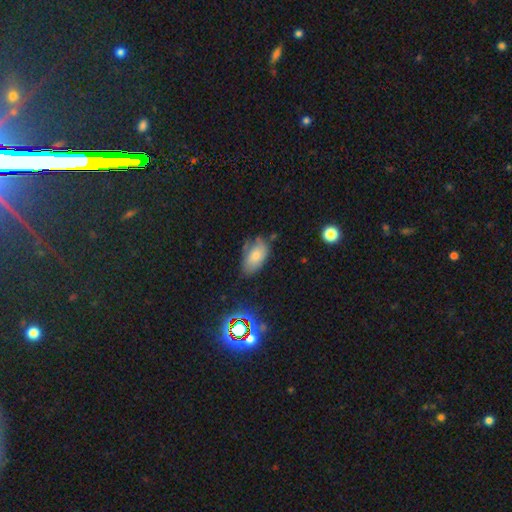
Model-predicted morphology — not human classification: Q: Smooth or featured?
A: smooth (70%); runner-up: featured or disk (19%)
Q: How rounded?
A: in between (92%); runner-up: round (6%)
Q: Merging?
A: none (52%); runner-up: minor disturbance (33%)